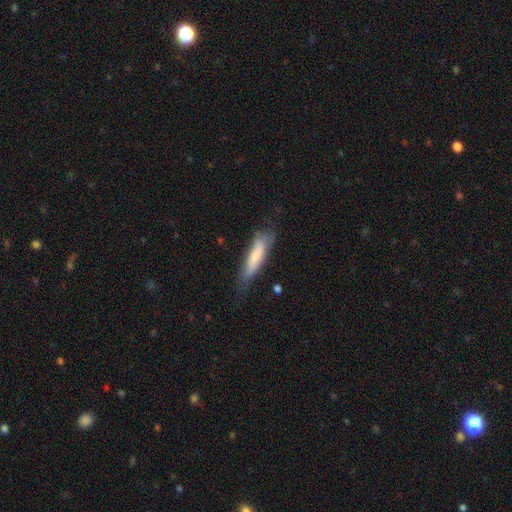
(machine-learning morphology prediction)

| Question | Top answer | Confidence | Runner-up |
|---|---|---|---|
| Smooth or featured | smooth | 68% | featured or disk (25%) |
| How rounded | cigar-shaped | 76% | in between (23%) |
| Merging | none | 59% | minor disturbance (28%) |